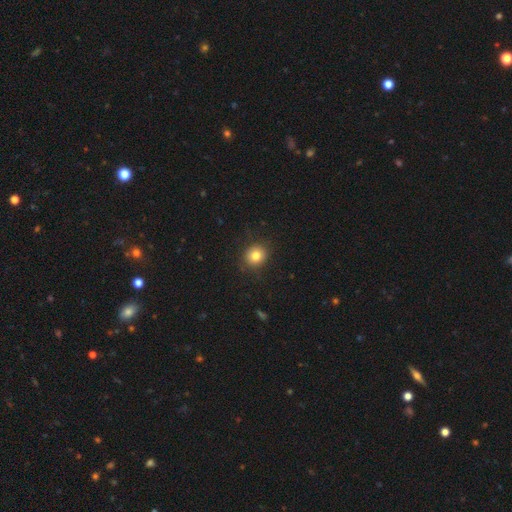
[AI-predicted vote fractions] Smooth or featured? Predicted: smooth (p=0.81). How rounded? Predicted: round (p=0.78). Merging? Predicted: none (p=0.86).